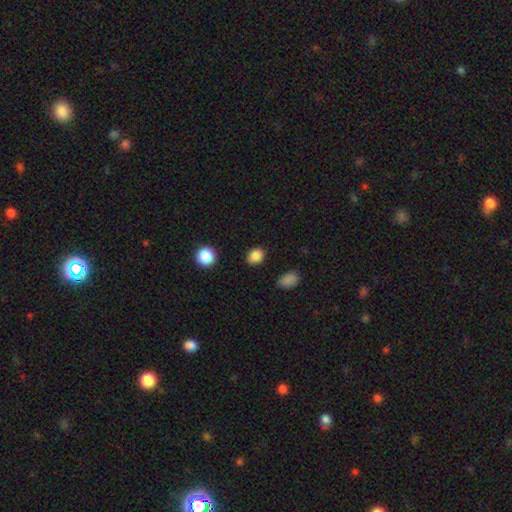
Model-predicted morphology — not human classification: Smooth or featured? Predicted: smooth (p=0.85). How rounded? Predicted: in between (p=0.52). Merging? Predicted: none (p=0.87).